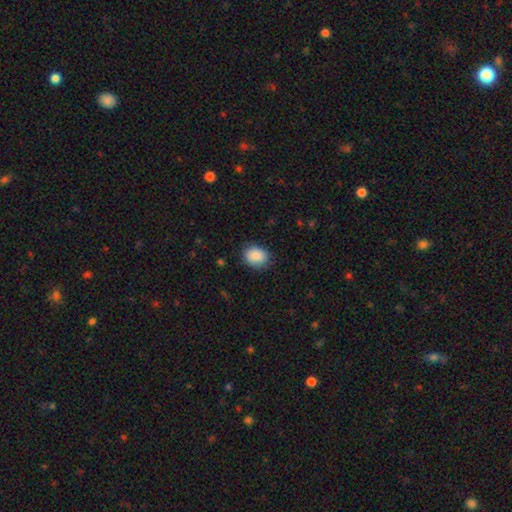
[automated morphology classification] Overall: smooth (88%). How rounded: in between (57%; round 42%). Merging: none (81%).